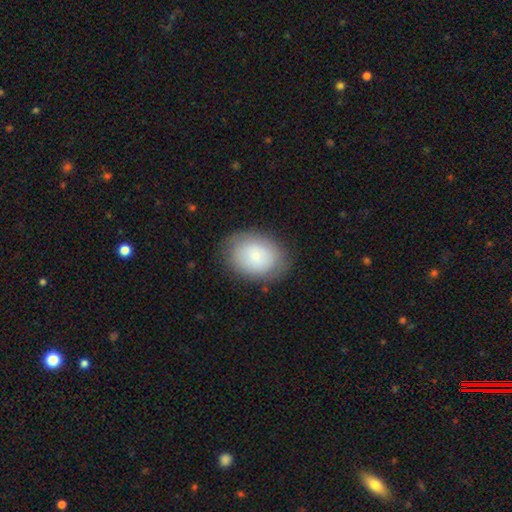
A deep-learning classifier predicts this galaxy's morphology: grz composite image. It shows a smooth galaxy with no disk features (79%) that is in between round and cigar-shaped (68%). Merging: none (82%).